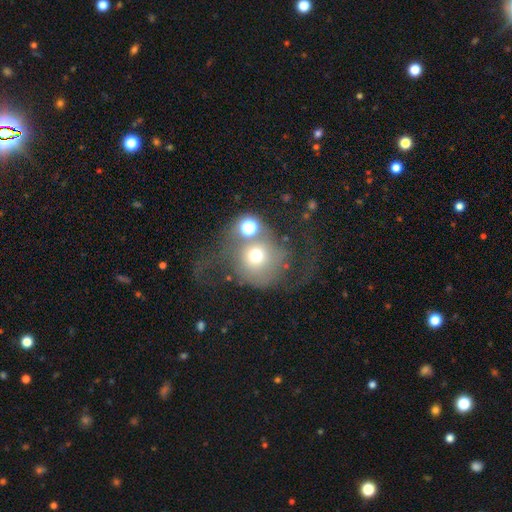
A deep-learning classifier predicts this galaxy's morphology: Smooth or featured?
  - smooth: 53% *
  - featured or disk: 31%
  - star or artifact: 16%
How rounded?
  - round: 86% *
  - in between: 13%
  - cigar-shaped: 1%
Merging?
  - major disturbance: 40% *
  - none: 25%
  - merger: 22%
  - minor disturbance: 12%